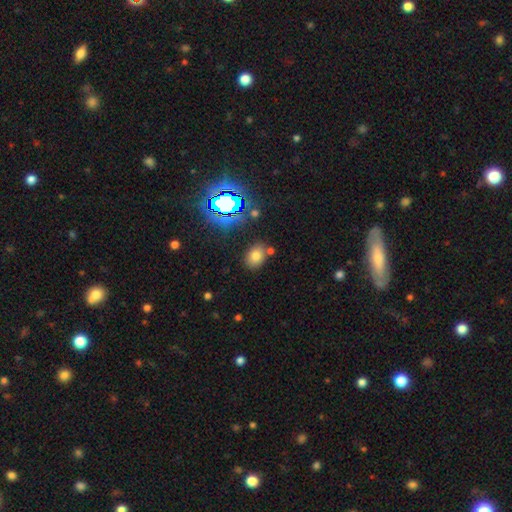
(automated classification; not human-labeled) Smooth or featured? Predicted: smooth (p=0.71). How rounded? Predicted: in between (p=0.62). Merging? Predicted: none (p=0.75).